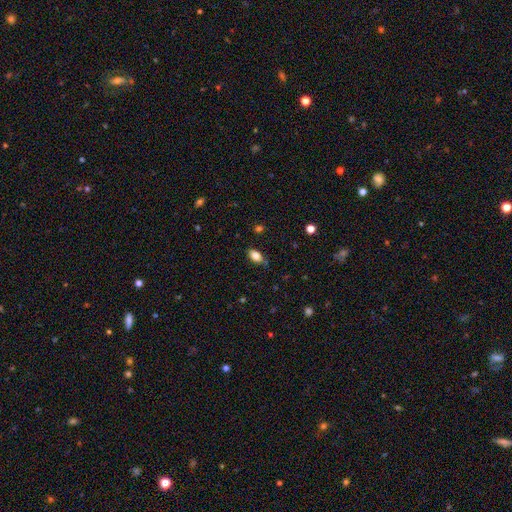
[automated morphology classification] Smooth or featured? Predicted: smooth (p=0.81). How rounded? Predicted: in between (p=0.88). Merging? Predicted: none (p=0.74).